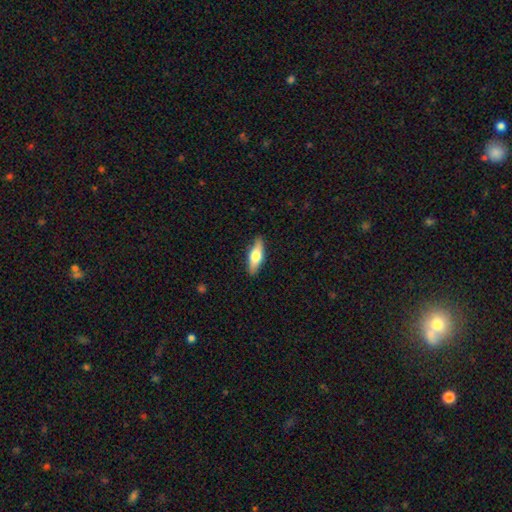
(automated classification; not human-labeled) This appears to be a smooth galaxy with no disk features (59%) that is in between round and cigar-shaped (54%). Merging: none (89%).